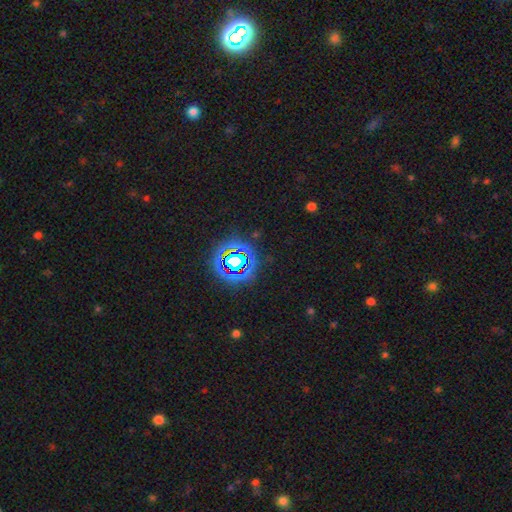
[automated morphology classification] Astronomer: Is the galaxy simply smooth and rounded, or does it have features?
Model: star or artifact — 78%.